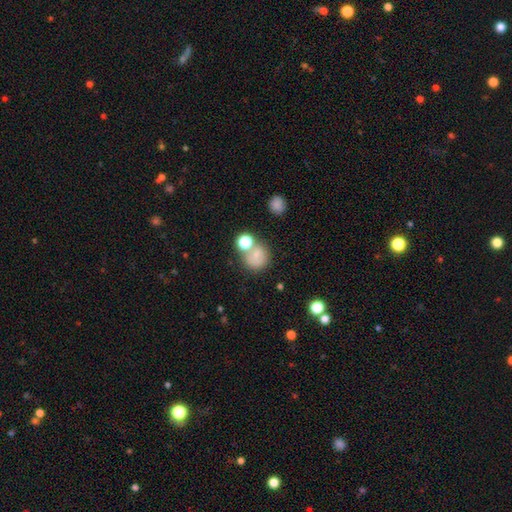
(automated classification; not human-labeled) A smooth galaxy with no disk features (70%) that is round (79%). Merging: none (49%).